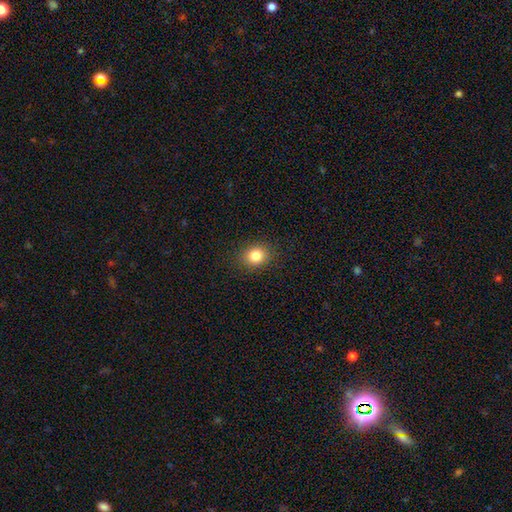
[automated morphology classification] A smooth galaxy with no disk features (83%) that is round (63%). Merging: none (89%).